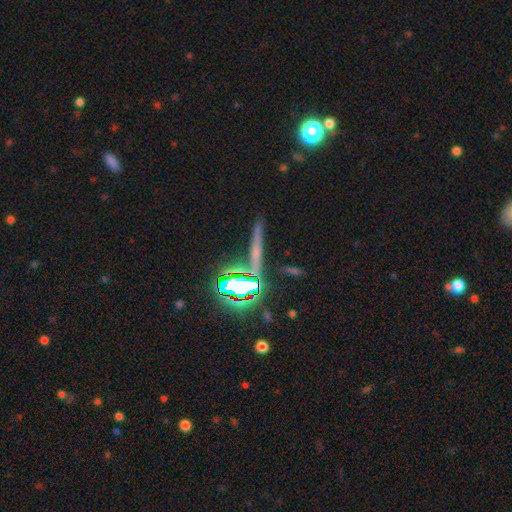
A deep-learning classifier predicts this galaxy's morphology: Q: Smooth or featured?
A: star or artifact (43%); runner-up: featured or disk (32%)